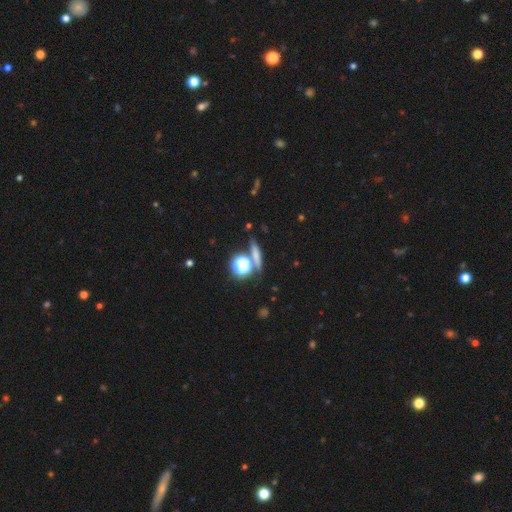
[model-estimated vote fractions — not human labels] Smooth or featured? Predicted: smooth (p=0.54). How rounded? Predicted: cigar-shaped (p=0.54). Merging? Predicted: none (p=0.77).